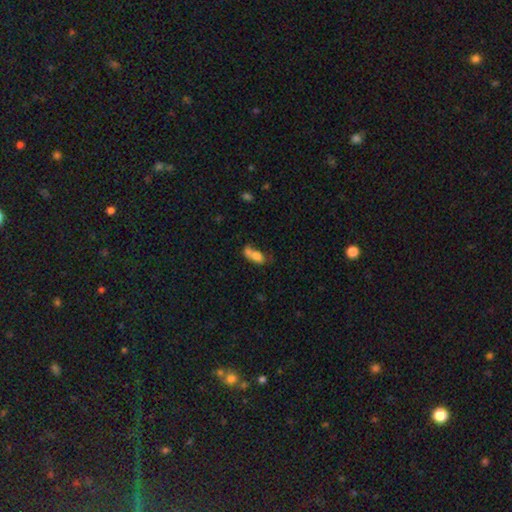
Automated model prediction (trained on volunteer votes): Smooth or featured? Predicted: smooth (p=0.74). How rounded? Predicted: in between (p=0.82). Merging? Predicted: merger (p=0.55).